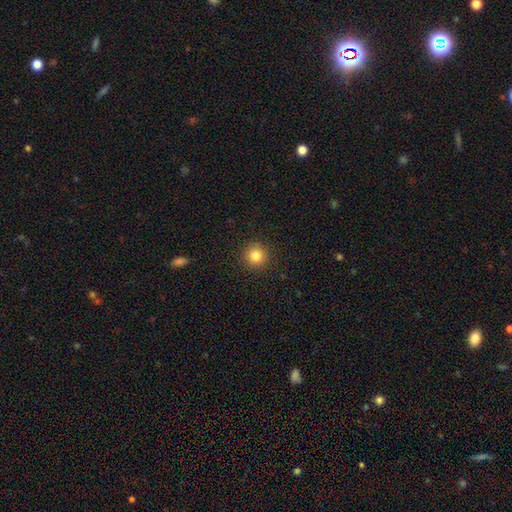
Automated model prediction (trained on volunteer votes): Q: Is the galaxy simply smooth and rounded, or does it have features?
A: smooth — 83%.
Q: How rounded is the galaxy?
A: round — 95%.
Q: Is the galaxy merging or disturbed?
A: none — 92%.